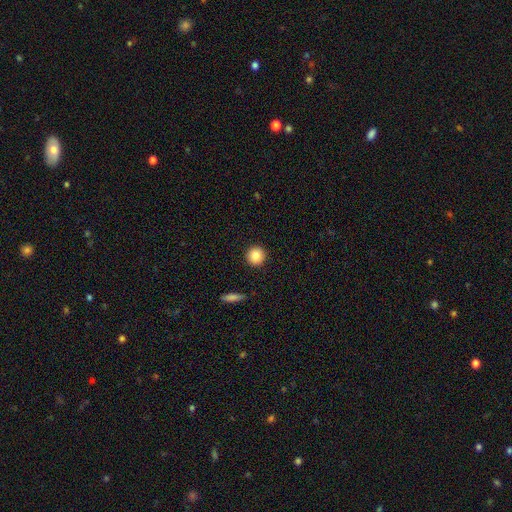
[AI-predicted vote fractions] This is clearly a smooth galaxy (86%). How rounded: clearly round (94%). Merging: clearly none (92%).